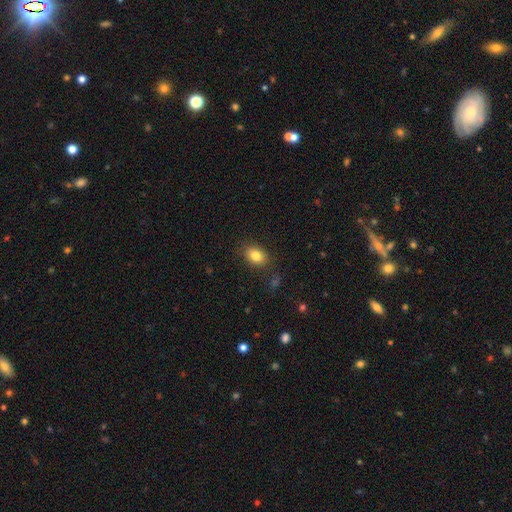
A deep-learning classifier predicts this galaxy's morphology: smooth 83%, star or artifact 9%, featured or disk 7%. Down the decision tree: how rounded — in between (76%); merging — none (83%).